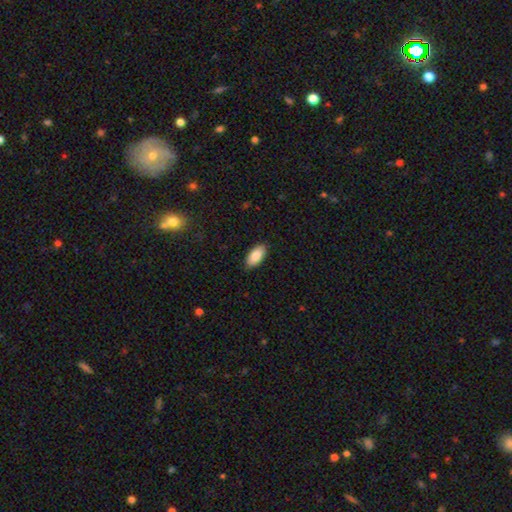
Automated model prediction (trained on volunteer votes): smooth_or_featured: smooth (p=0.88) [alt: featured or disk p=0.06]
how_rounded: in between (p=0.92) [alt: cigar-shaped p=0.05]
merging: none (p=0.89) [alt: minor disturbance p=0.08]